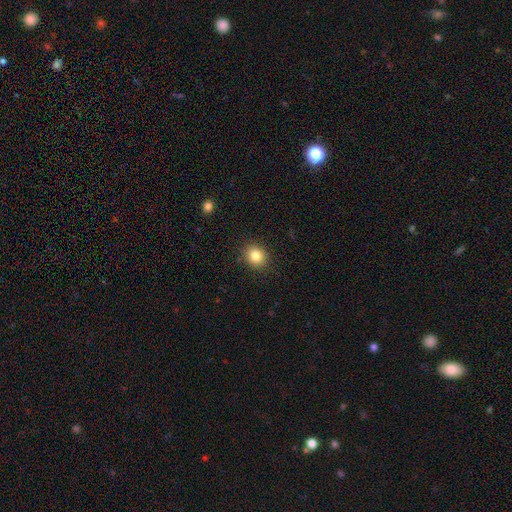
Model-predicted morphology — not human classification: Overall: smooth (84%). How rounded: round (68%; in between 31%). Merging: none (88%).